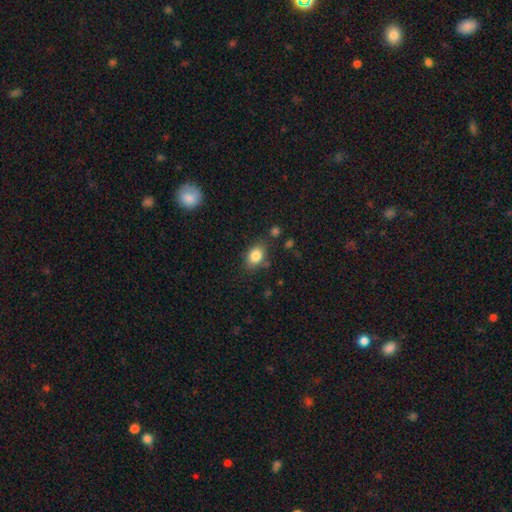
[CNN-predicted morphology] Q: Smooth or featured?
A: smooth (83%); runner-up: star or artifact (9%)
Q: How rounded?
A: in between (71%); runner-up: round (28%)
Q: Merging?
A: none (77%); runner-up: minor disturbance (15%)